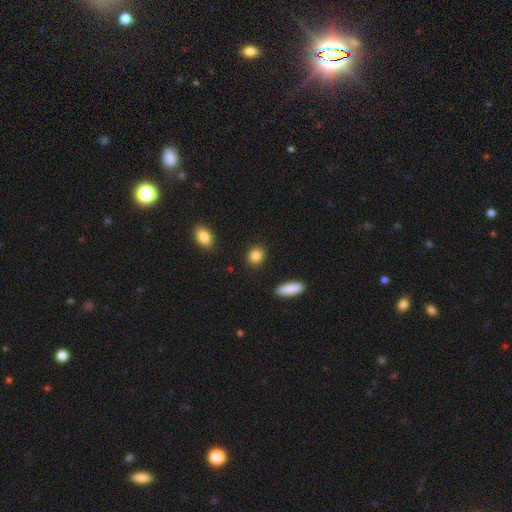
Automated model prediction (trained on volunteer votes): smooth 87%, star or artifact 8%, featured or disk 5%. Down the decision tree: how rounded — round (68%); merging — none (90%).